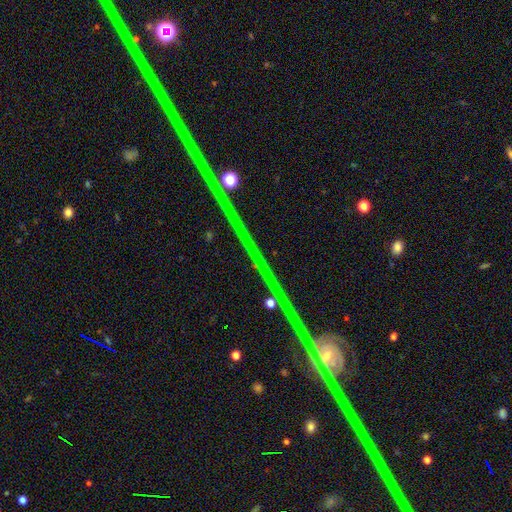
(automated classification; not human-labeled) star or artifact 77%, featured or disk 17%, smooth 6%.